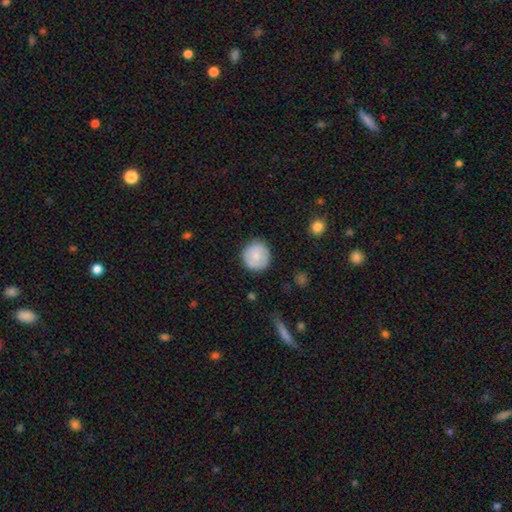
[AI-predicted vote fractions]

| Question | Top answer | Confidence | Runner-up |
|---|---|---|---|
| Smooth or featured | smooth | 71% | featured or disk (22%) |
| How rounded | round | 93% | in between (6%) |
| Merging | none | 86% | minor disturbance (10%) |